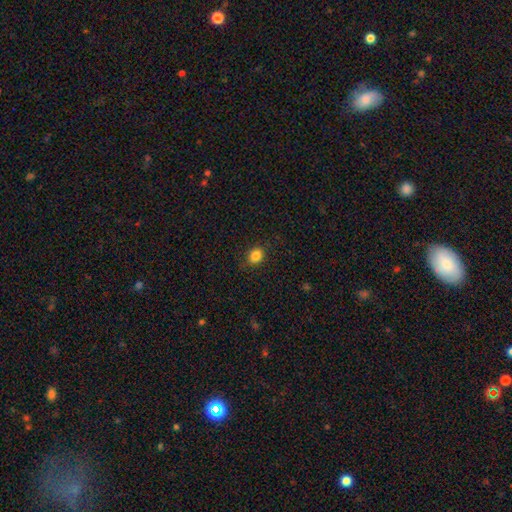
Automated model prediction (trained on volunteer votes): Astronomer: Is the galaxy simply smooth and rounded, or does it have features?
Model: smooth — 85%.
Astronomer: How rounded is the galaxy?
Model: round — 59% (runner-up: in between, 40%).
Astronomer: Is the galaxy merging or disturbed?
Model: none — 83%.